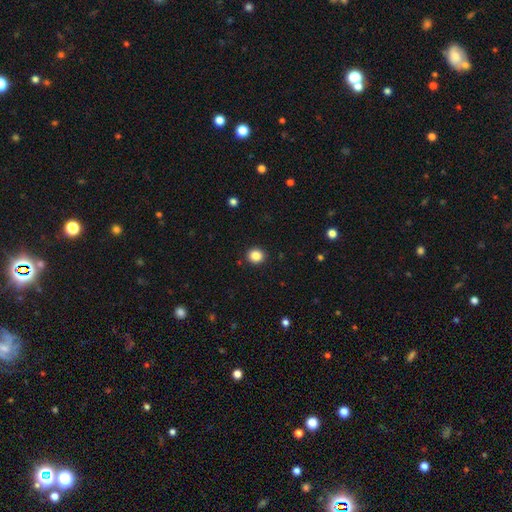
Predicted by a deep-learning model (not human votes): Smooth or featured: smooth — 86% (star or artifact — 10%)
How rounded: round — 85% (in between — 14%)
Merging: none — 92% (minor disturbance — 5%)